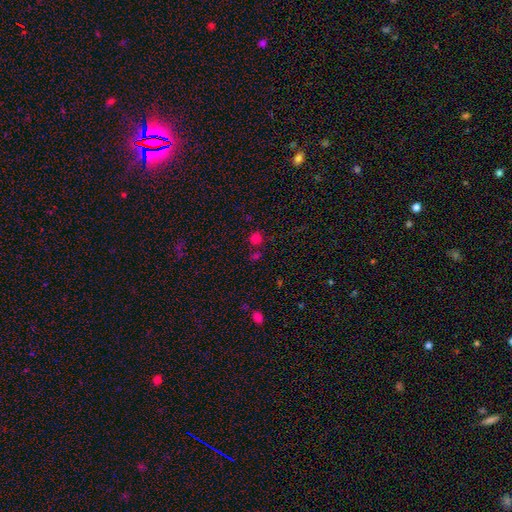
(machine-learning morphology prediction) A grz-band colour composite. It shows a smooth galaxy with no disk features (62%) that is round (81%). Merging: none (68%).